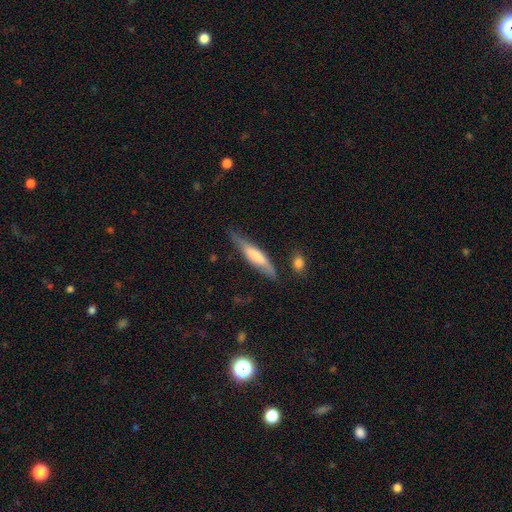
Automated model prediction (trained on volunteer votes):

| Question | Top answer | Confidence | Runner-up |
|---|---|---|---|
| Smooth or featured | smooth | 54% | featured or disk (40%) |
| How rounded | cigar-shaped | 84% | in between (15%) |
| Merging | none | 68% | minor disturbance (23%) |